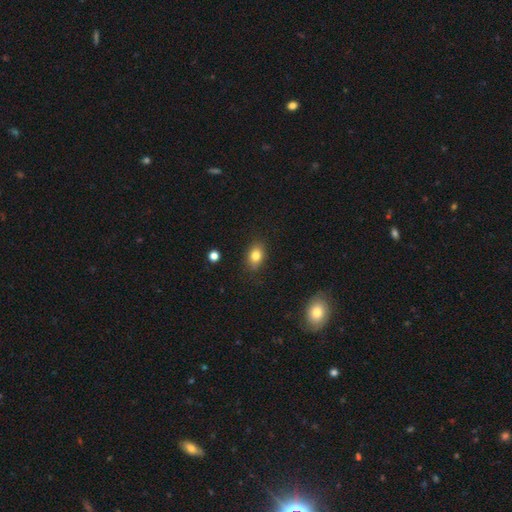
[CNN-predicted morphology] Smooth or featured?
  - smooth: 81% *
  - featured or disk: 10%
  - star or artifact: 10%
How rounded?
  - in between: 77% *
  - round: 21%
  - cigar-shaped: 2%
Merging?
  - none: 84% *
  - minor disturbance: 12%
  - major disturbance: 3%
  - merger: 1%